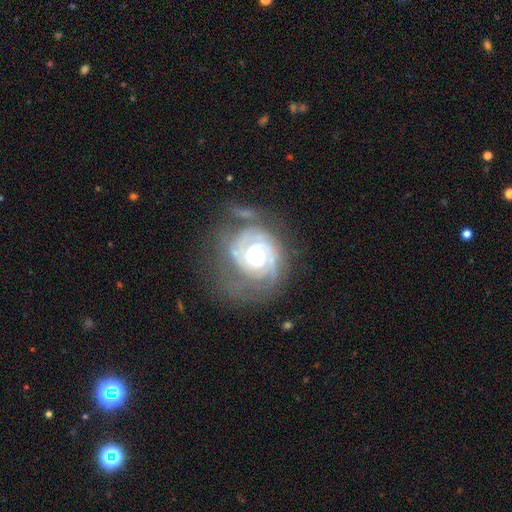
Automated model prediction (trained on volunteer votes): Smooth or featured? featured or disk (88%)
Edge-on disk? no (98%)
Bar? no (72%)
Spiral arms? yes (97%)
Spiral winding? tight (76%)
Spiral arm count? 2 (35%)
Bulge size? moderate (56%)
Merging? none (54%)